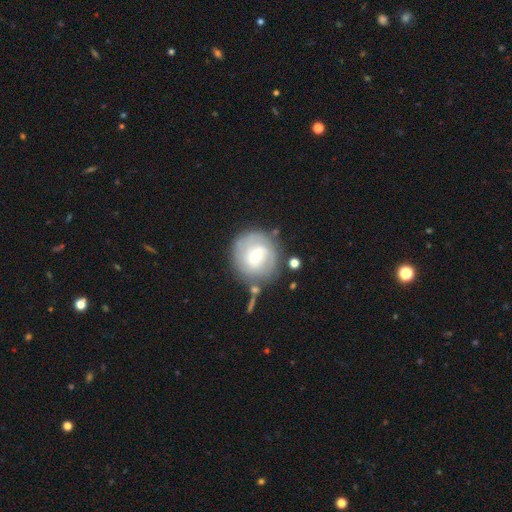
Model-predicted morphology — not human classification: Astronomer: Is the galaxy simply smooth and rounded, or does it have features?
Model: featured or disk — 65%.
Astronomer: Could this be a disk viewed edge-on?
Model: no — 97%.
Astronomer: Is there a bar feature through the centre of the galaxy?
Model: weak — 50% (runner-up: no, 37%).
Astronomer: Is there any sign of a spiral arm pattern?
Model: yes — 82%.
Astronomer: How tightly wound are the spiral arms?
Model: tight — 57%.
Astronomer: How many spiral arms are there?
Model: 2 — 41% (runner-up: can't tell, 36%).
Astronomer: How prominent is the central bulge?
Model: small — 48% (runner-up: moderate, 46%).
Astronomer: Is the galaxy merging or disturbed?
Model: none — 71%.